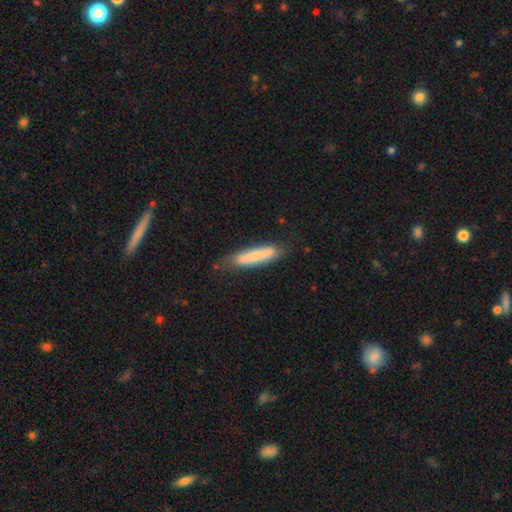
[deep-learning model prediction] Smooth or featured: smooth — 67% (featured or disk — 27%)
How rounded: cigar-shaped — 80% (in between — 19%)
Merging: none — 68% (minor disturbance — 23%)